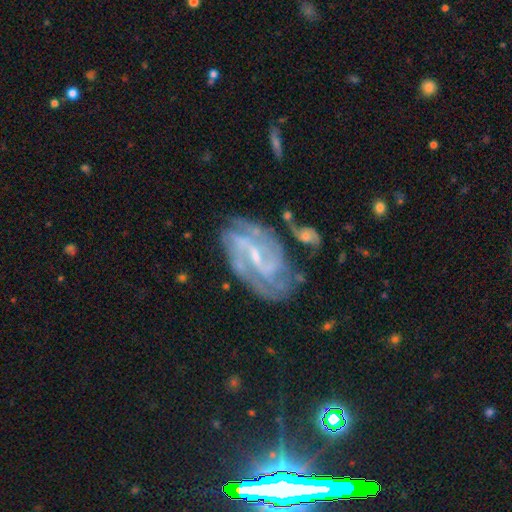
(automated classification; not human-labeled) smooth-or-featured: featured or disk: 87% | star or artifact: 7% | smooth: 6%
  disk-edge-on: no: 96% | yes: 4%
    bar: weak: 49% | strong: 30% | no: 21%
    has-spiral-arms: yes: 96% | no: 4%
      spiral-winding: tight: 44% | medium: 43% | loose: 13%
      spiral-arm-count: 2: 44% | 3: 20% | can't tell: 19% | 4: 7% | 1: 5% | more than 4: 5%
    bulge-size: small: 65% | moderate: 25% | none: 7% | large: 1% | dominant: 1%
  merging: none: 68% | minor disturbance: 19% | major disturbance: 9% | merger: 4%